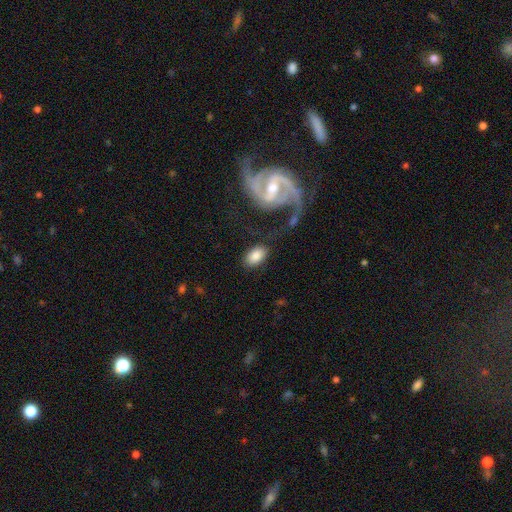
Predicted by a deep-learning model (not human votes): A smooth galaxy with no disk features (77%) that is in between round and cigar-shaped (91%). Merging: none (71%).